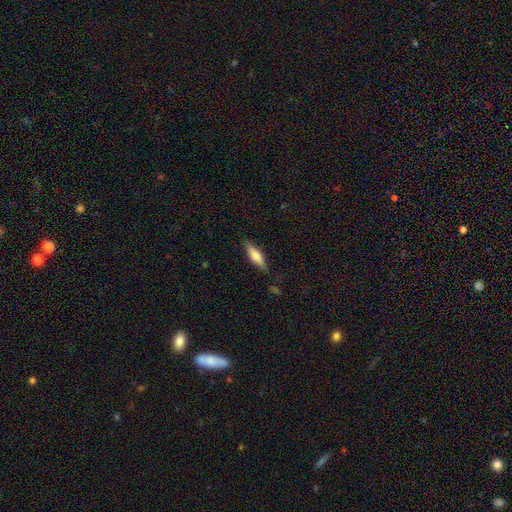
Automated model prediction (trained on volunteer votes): This is likely a smooth galaxy (62%). How rounded: possibly cigar-shaped (56%). Merging: clearly none (82%).